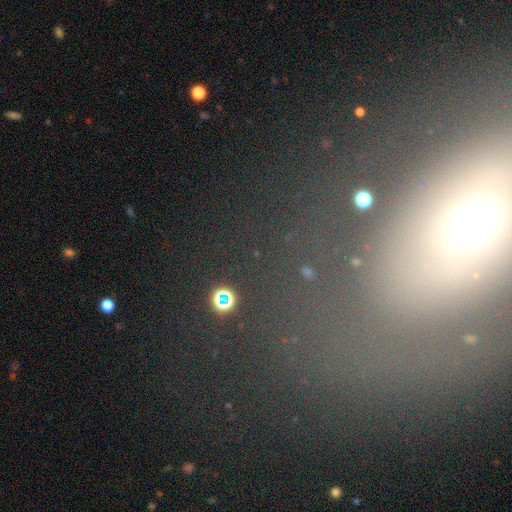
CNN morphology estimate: type=smooth (38%); merging=none (64%).